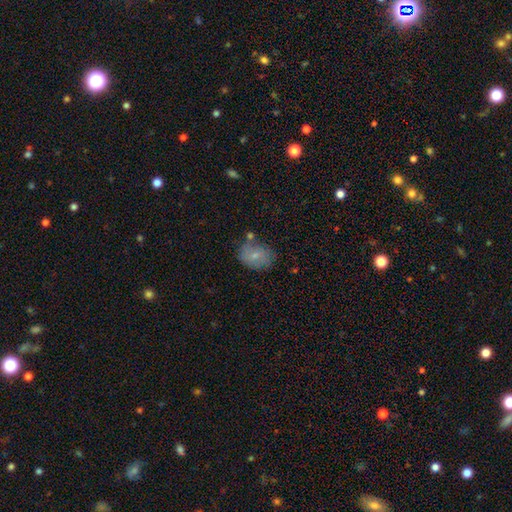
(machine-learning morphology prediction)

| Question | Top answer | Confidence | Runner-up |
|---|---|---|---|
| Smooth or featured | smooth | 72% | featured or disk (20%) |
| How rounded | in between | 61% | round (37%) |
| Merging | none | 61% | minor disturbance (22%) |